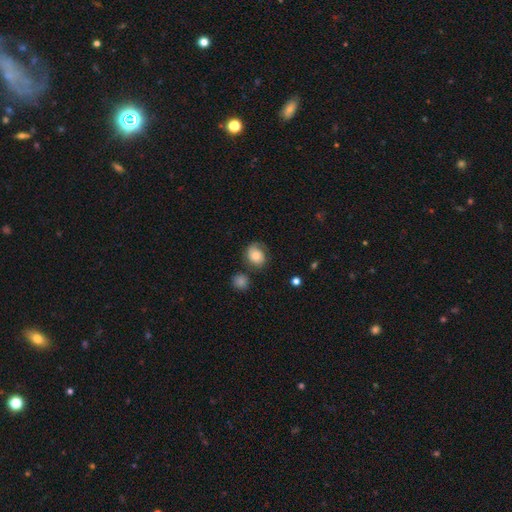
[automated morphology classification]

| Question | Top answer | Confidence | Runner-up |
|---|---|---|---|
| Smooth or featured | smooth | 66% | featured or disk (25%) |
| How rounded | round | 57% | in between (42%) |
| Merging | none | 59% | minor disturbance (24%) |